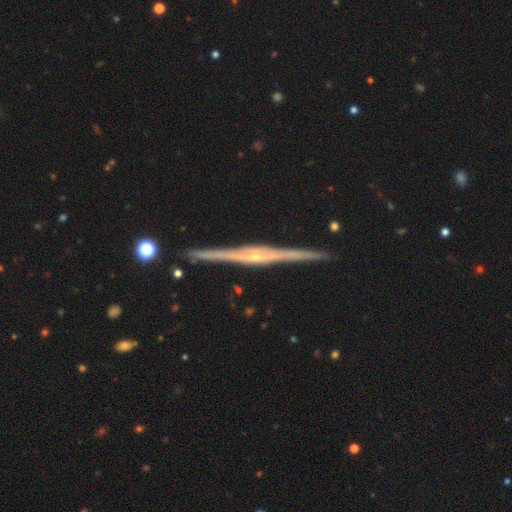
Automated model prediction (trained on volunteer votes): This appears to be a featured or disk galaxy (89%) viewed edge-on (99%) with a rounded central bulge (69%). Merging: none (91%).